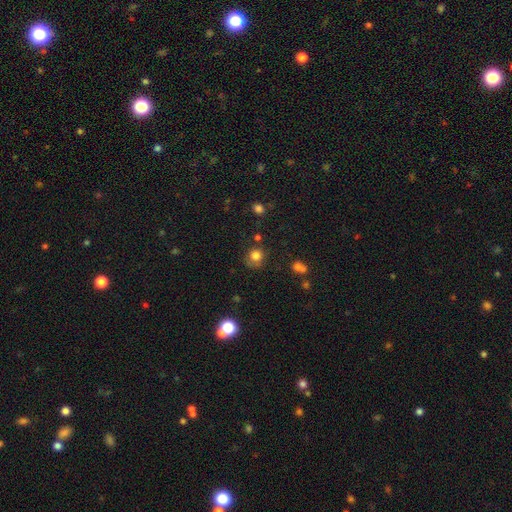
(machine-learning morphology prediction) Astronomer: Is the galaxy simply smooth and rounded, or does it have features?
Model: smooth — 80%.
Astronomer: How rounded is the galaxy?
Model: round — 86%.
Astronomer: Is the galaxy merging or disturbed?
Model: none — 70%.